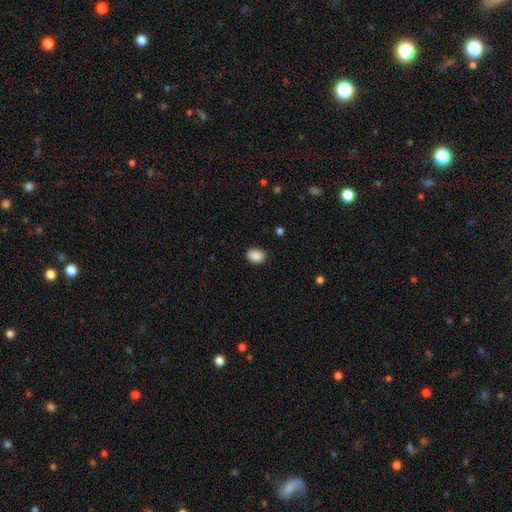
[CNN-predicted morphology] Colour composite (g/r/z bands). It shows a smooth galaxy with no disk features (89%) that is in between round and cigar-shaped (68%). Merging: none (87%).